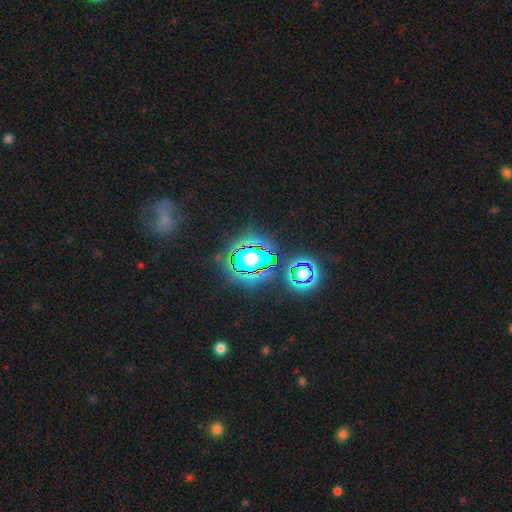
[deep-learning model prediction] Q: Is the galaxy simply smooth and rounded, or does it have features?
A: star or artifact — 77%.